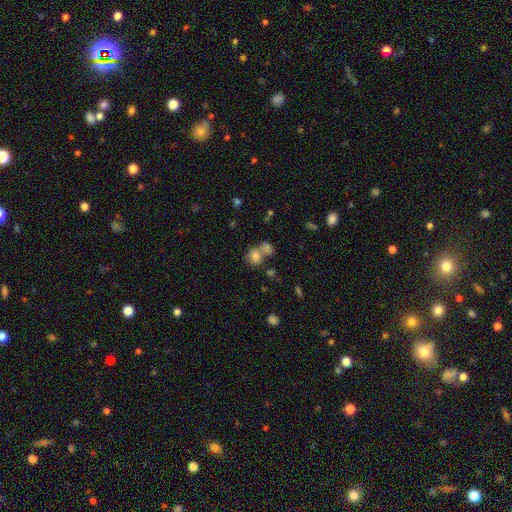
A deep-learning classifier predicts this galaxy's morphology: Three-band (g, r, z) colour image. It shows a smooth galaxy with no disk features (77%) that is in between round and cigar-shaped (52%). Merging: merger (50%).